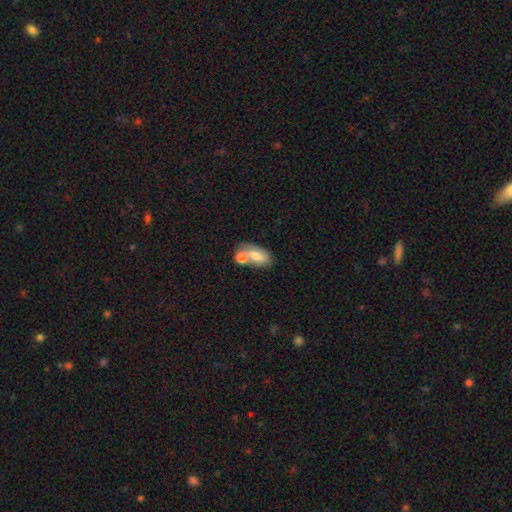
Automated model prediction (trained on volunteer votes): Smooth or featured?
  - smooth: 66% *
  - featured or disk: 26%
  - star or artifact: 8%
How rounded?
  - in between: 87% *
  - round: 10%
  - cigar-shaped: 3%
Merging?
  - merger: 48% *
  - none: 32%
  - minor disturbance: 13%
  - major disturbance: 7%